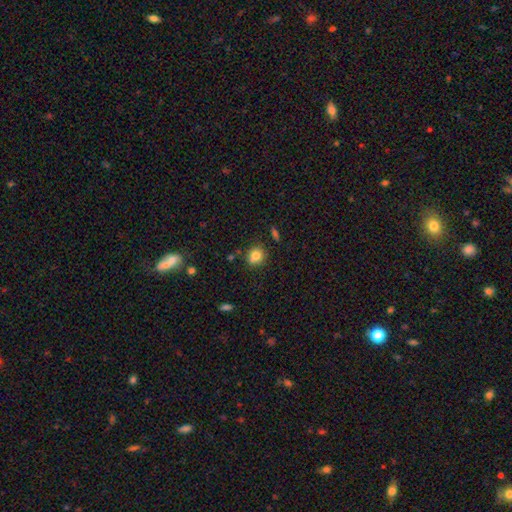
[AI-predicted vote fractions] The model was most divided on "how rounded": round: 77%, in between: 22%, cigar-shaped: 1%. More confident: smooth or featured — smooth (81%); merging — none (79%).